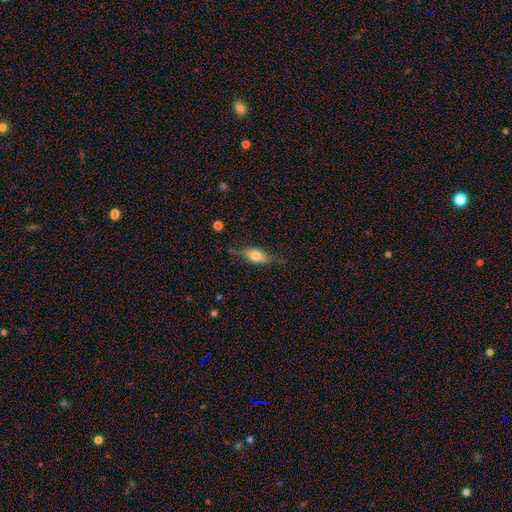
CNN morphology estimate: Overall: smooth (54%; featured or disk 38%). How rounded: in between (71%). Merging: none (68%).